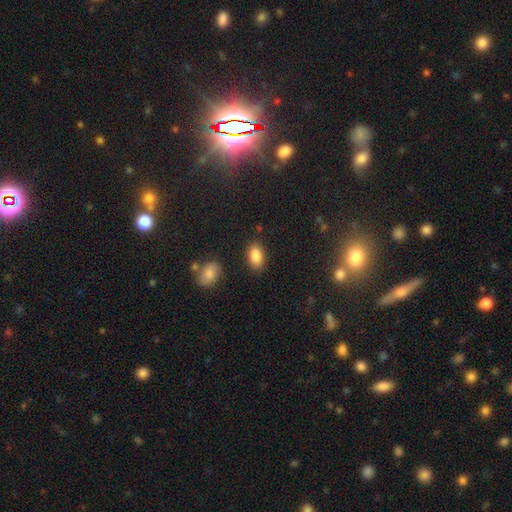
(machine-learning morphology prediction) The model was most divided on "merging": none: 85%, minor disturbance: 10%, major disturbance: 3%, merger: 2%. More confident: how rounded — in between (91%); smooth or featured — smooth (87%).